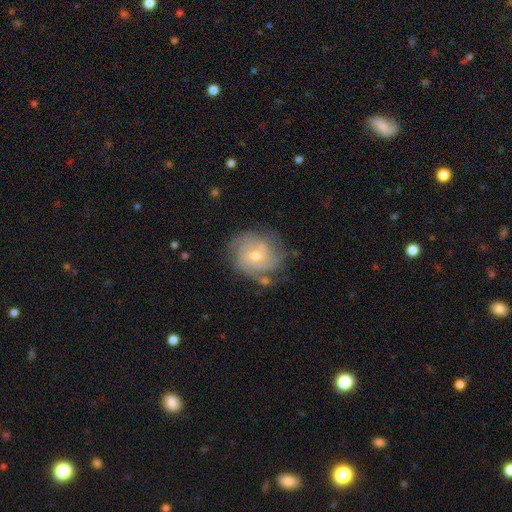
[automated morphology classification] smooth-or-featured: featured or disk: 82% | smooth: 12% | star or artifact: 7%
  disk-edge-on: no: 98% | yes: 2%
    bar: no: 60% | weak: 34% | strong: 6%
    has-spiral-arms: yes: 94% | no: 6%
      spiral-winding: tight: 64% | medium: 29% | loose: 7%
      spiral-arm-count: can't tell: 29% | 3: 28% | 2: 18% | 4: 14% | more than 4: 5% | 1: 5%
    bulge-size: small: 48% (tied) | moderate: 48% (tied) | large: 1% | none: 1% | dominant: 1%
  merging: none: 72% | minor disturbance: 18% | major disturbance: 7% | merger: 3%